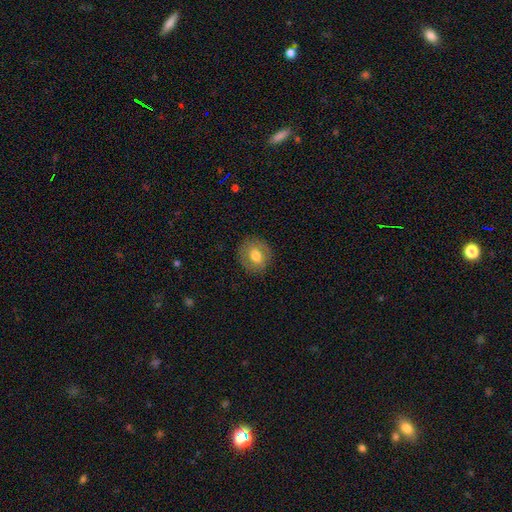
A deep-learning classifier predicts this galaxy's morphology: Smooth or featured? Predicted: smooth (p=0.69). How rounded? Predicted: round (p=0.79). Merging? Predicted: none (p=0.87).